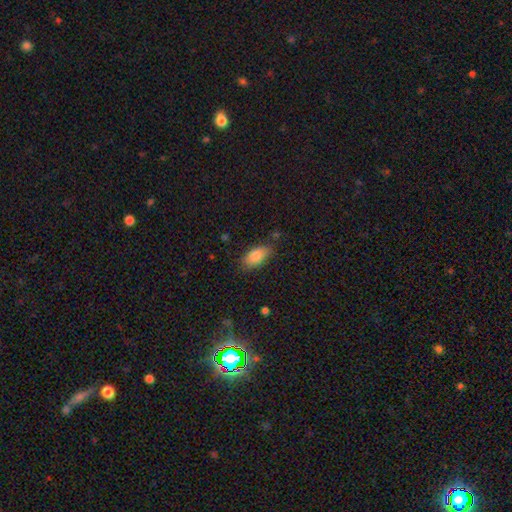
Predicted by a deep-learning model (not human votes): Morphology: type=smooth (84%); roundness=in between (90%); merging=none (78%).